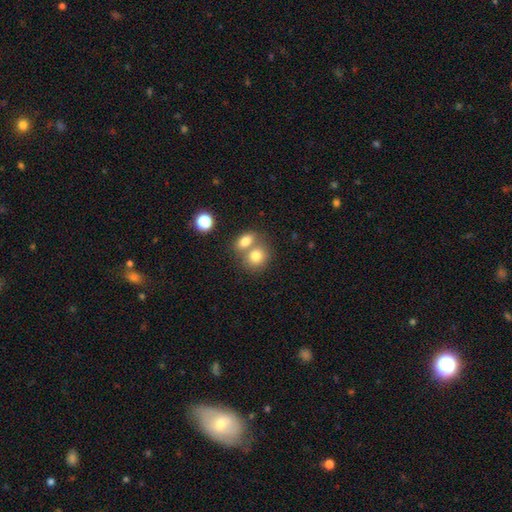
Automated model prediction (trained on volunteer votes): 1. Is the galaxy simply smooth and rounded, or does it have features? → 78% smooth, 12% featured or disk, 10% star or artifact.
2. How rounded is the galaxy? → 65% round, 34% in between, 1% cigar-shaped.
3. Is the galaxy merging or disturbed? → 52% merger, 37% none, 8% minor disturbance, 3% major disturbance.